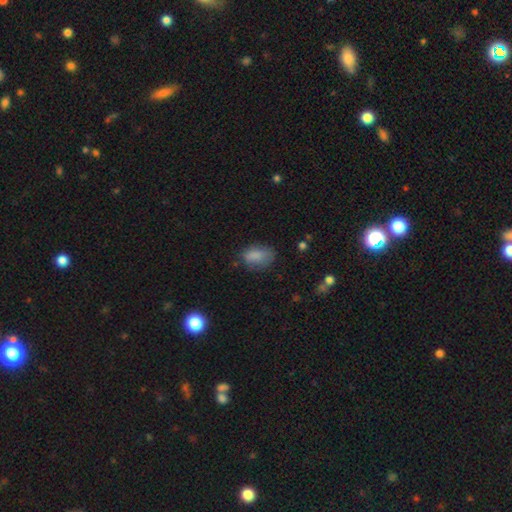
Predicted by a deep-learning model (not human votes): Overall: smooth (81%). How rounded: in between (84%). Merging: none (61%; minor disturbance 28%).